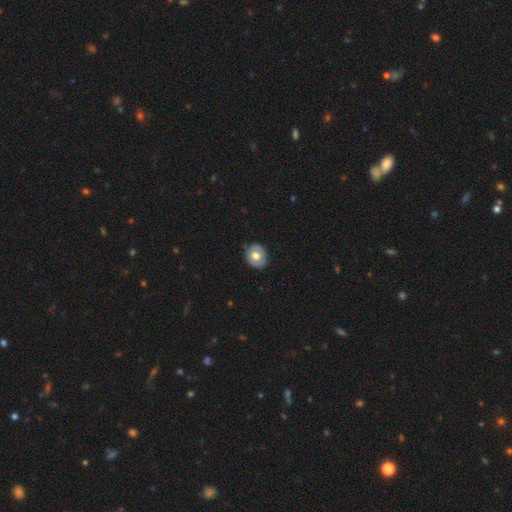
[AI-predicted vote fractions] Overall: smooth (55%; featured or disk 39%). How rounded: round (67%; in between 32%). Merging: none (85%).